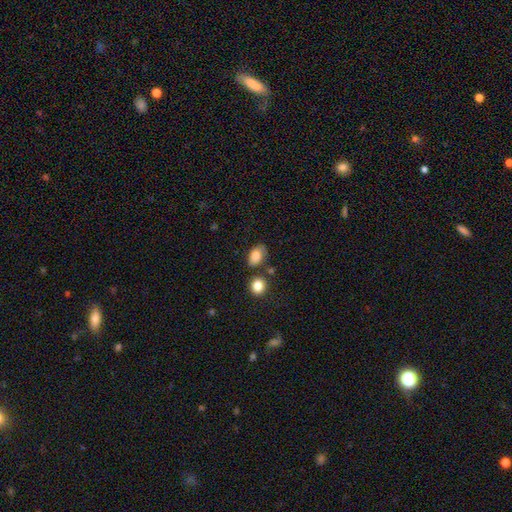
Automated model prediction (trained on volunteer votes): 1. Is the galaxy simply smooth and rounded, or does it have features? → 82% smooth, 10% featured or disk, 9% star or artifact.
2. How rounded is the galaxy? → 81% in between, 17% round, 1% cigar-shaped.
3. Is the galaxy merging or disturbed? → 60% none, 23% minor disturbance, 9% merger, 7% major disturbance.